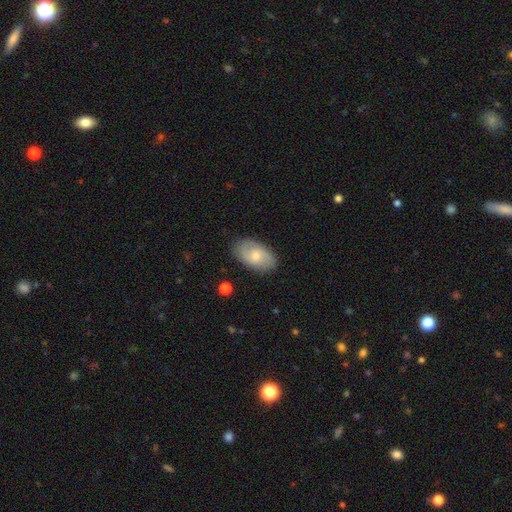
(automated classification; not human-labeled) smooth_or_featured: featured or disk (p=0.50) [alt: smooth p=0.44]
merging: none (p=0.82) [alt: minor disturbance p=0.13]